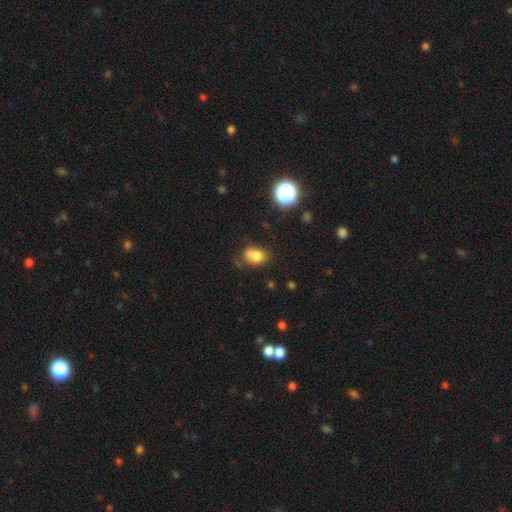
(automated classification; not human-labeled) The model was most divided on "merging": none: 54%, minor disturbance: 29%, major disturbance: 11%, merger: 6%. More confident: smooth or featured — smooth (77%); how rounded — in between (72%).